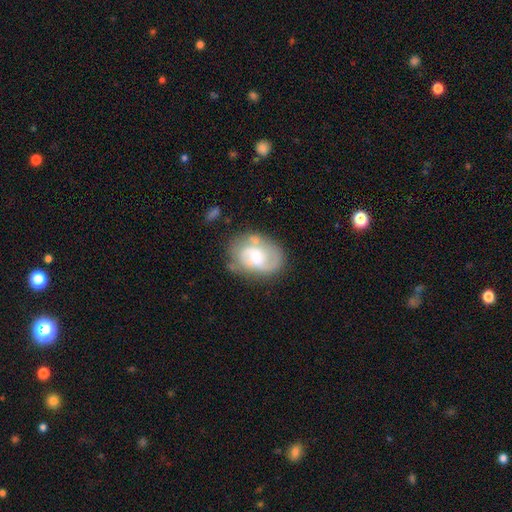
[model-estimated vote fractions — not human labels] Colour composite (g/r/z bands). It shows a featured or disk galaxy (65%) with no bar (58%), 2 (61%) medium (44%) spiral arms (81%) and a small central bulge (46%). Merging: none (57%).